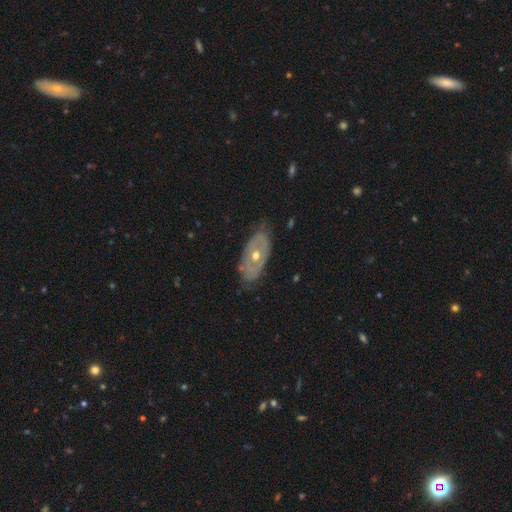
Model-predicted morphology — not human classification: smooth-or-featured: featured or disk: 72% | smooth: 23% | star or artifact: 6%
  disk-edge-on: no: 89% | yes: 11%
    bar: no: 85% | weak: 12% | strong: 4%
    has-spiral-arms: no: 59% | yes: 41%
    bulge-size: moderate: 68% | small: 28% | large: 2% | none: 1% | dominant: 1%
  merging: none: 72% | minor disturbance: 21% | major disturbance: 6% | merger: 1%